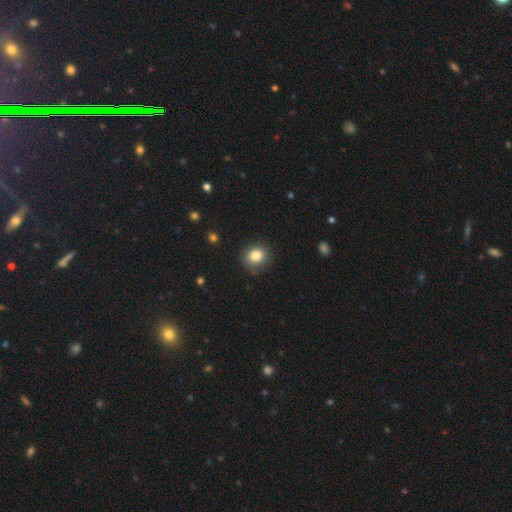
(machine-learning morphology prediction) Smooth or featured: smooth — 83% (star or artifact — 10%)
How rounded: round — 75% (in between — 24%)
Merging: none — 82% (minor disturbance — 13%)